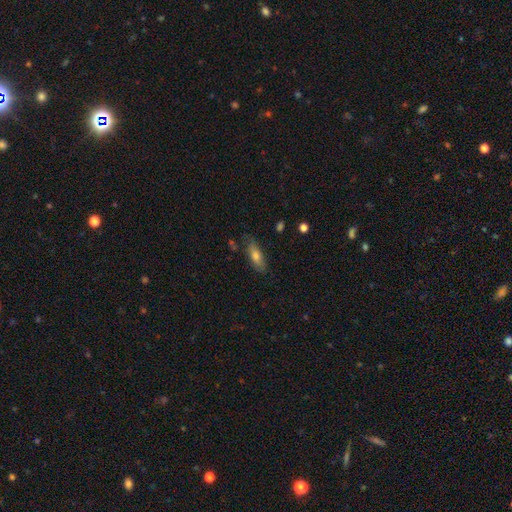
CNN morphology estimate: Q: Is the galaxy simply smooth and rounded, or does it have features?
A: smooth — 64%.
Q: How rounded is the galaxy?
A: in between — 56%.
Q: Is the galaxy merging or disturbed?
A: none — 75%.